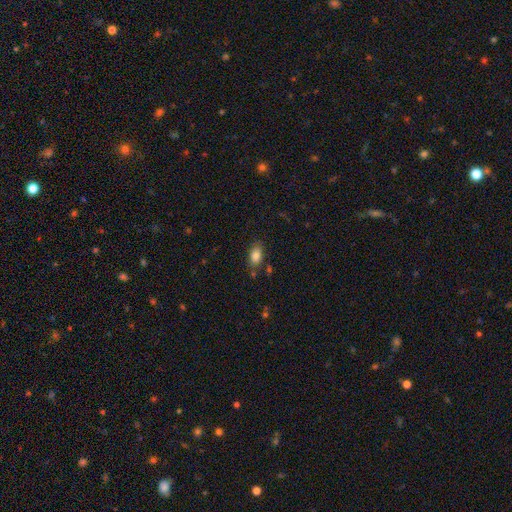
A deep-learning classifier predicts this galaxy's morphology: The model was most divided on "merging": none: 76%, minor disturbance: 15%, merger: 5%, major disturbance: 4%. More confident: how rounded — in between (87%); smooth or featured — smooth (84%).